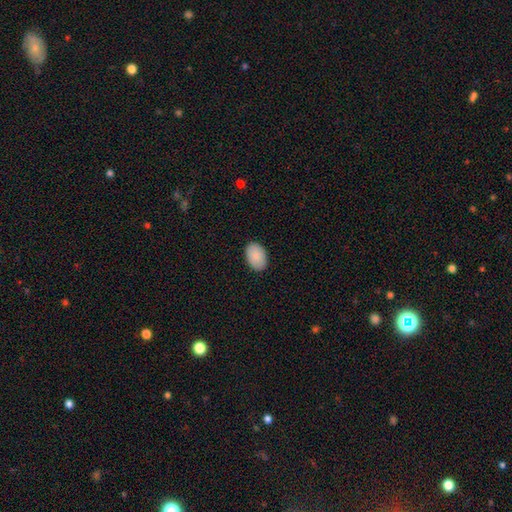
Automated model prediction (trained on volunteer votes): smooth_or_featured: smooth (p=0.89) [alt: star or artifact p=0.06]
how_rounded: in between (p=0.88) [alt: round p=0.11]
merging: none (p=0.88) [alt: minor disturbance p=0.09]